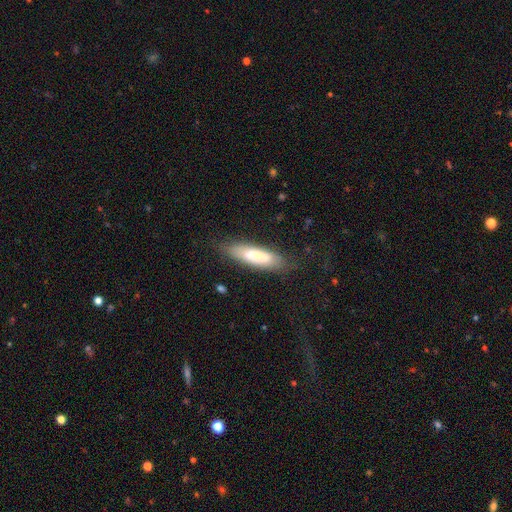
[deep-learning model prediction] Q: Smooth or featured?
A: smooth (71%); runner-up: featured or disk (22%)
Q: How rounded?
A: cigar-shaped (52%); runner-up: in between (46%)
Q: Merging?
A: none (77%); runner-up: minor disturbance (16%)